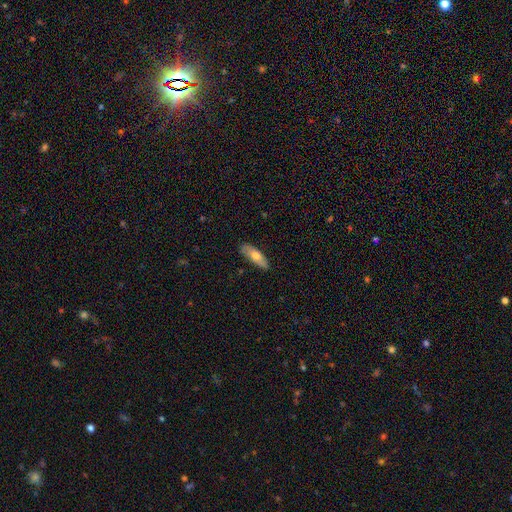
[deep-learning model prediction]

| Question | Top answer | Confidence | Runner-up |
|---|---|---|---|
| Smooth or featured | smooth | 66% | featured or disk (28%) |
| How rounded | in between | 61% | cigar-shaped (37%) |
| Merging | none | 83% | minor disturbance (13%) |